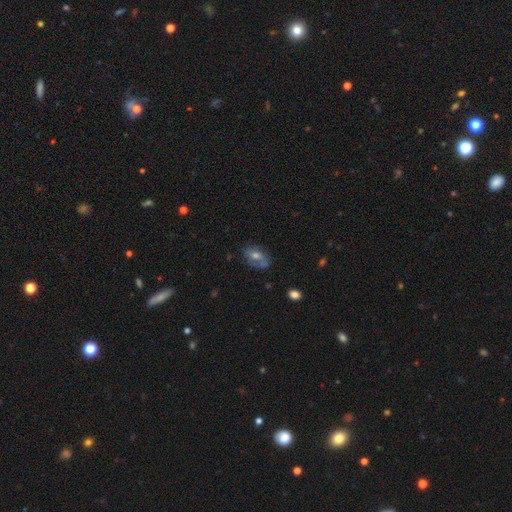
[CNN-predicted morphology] smooth-or-featured: featured or disk: 48% | smooth: 40% | star or artifact: 13%
  merging: none: 62% | minor disturbance: 22% | major disturbance: 10% | merger: 6%